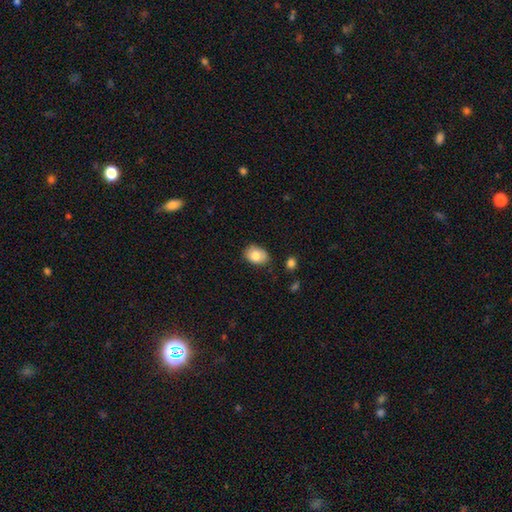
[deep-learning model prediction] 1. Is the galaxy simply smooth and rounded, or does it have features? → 81% smooth, 11% featured or disk, 8% star or artifact.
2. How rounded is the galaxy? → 75% in between, 24% round, 1% cigar-shaped.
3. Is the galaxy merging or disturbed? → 76% none, 18% minor disturbance, 3% major disturbance, 2% merger.